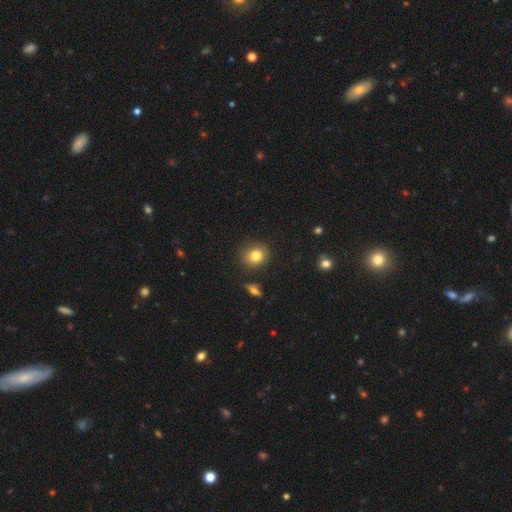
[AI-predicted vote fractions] smooth 81%, star or artifact 11%, featured or disk 8%. Down the decision tree: how rounded — round (75%); merging — none (86%).